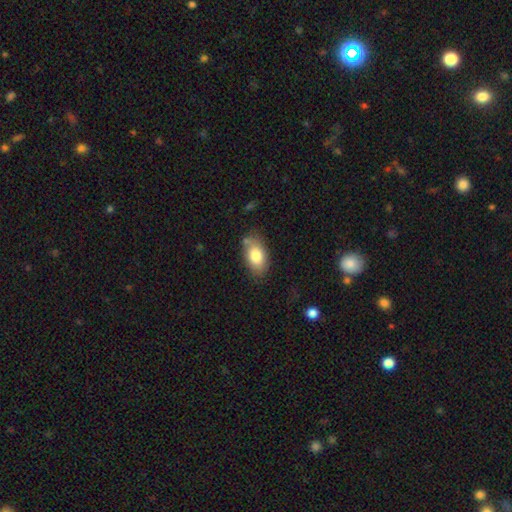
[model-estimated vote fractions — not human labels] This appears to be a smooth galaxy with no disk features (81%) that is in between round and cigar-shaped (91%). Merging: none (72%).